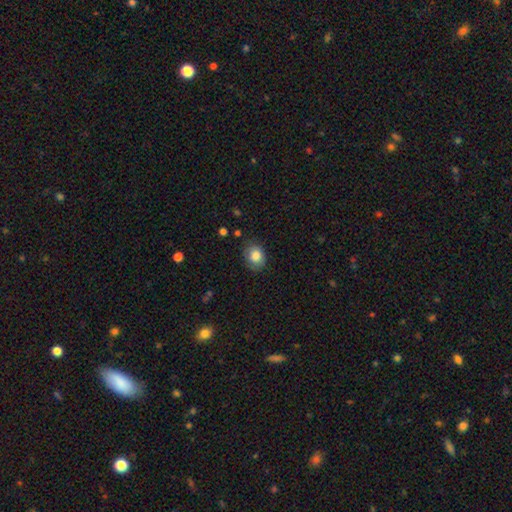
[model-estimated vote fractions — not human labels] Smooth or featured?
  - smooth: 83% *
  - featured or disk: 8%
  - star or artifact: 8%
How rounded?
  - in between: 54% *
  - round: 45%
  - cigar-shaped: 1%
Merging?
  - none: 78% *
  - minor disturbance: 17%
  - major disturbance: 4%
  - merger: 1%